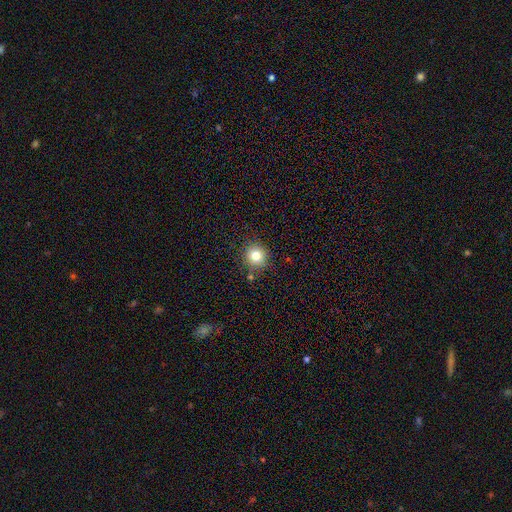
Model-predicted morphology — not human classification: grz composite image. It shows a smooth galaxy with no disk features (80%) that is round (91%). Merging: none (84%).